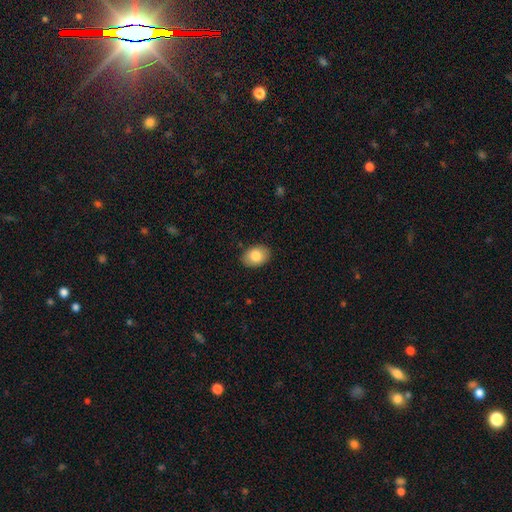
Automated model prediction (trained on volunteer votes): smooth_or_featured: smooth (p=0.83) [alt: featured or disk p=0.10]
how_rounded: in between (p=0.78) [alt: round p=0.21]
merging: none (p=0.87) [alt: minor disturbance p=0.10]